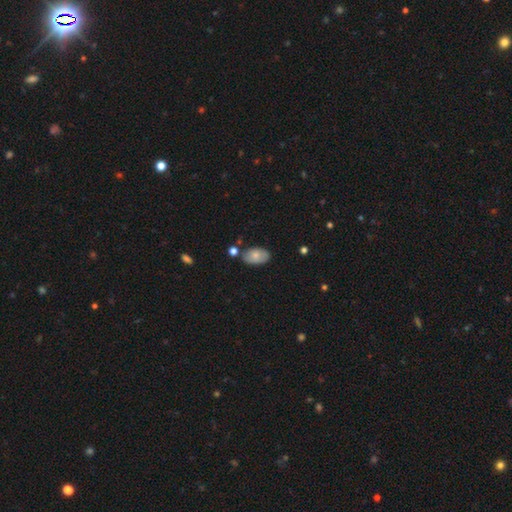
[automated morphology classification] Smooth or featured? smooth (77%)
How rounded? in between (93%)
Merging? none (71%)